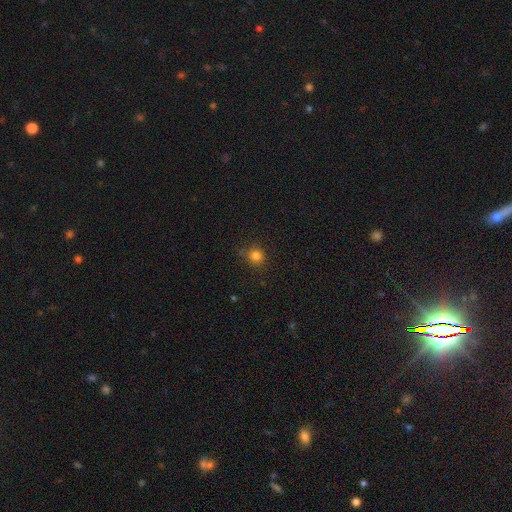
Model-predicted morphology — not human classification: smooth 81%, star or artifact 14%, featured or disk 5%. Down the decision tree: how rounded — round (91%); merging — none (84%).